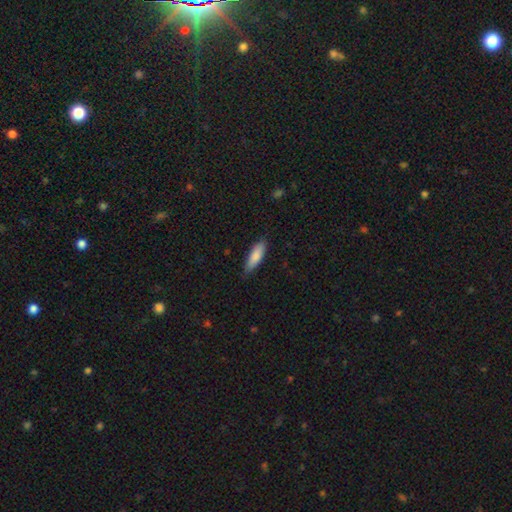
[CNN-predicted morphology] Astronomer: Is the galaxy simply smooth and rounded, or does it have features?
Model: smooth — 83%.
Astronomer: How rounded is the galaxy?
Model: cigar-shaped — 50% (runner-up: in between, 48%).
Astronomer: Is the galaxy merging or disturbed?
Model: none — 81%.